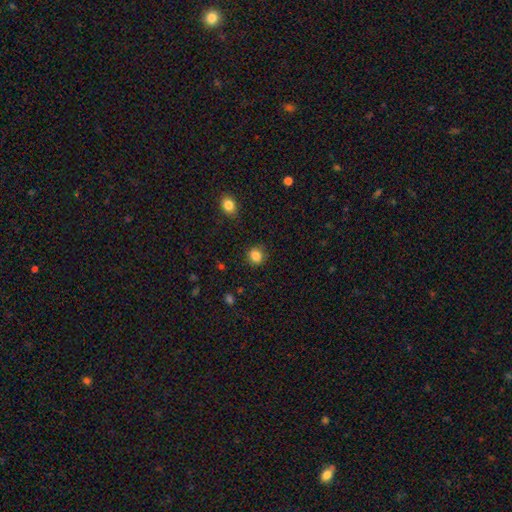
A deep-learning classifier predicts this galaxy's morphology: smooth-or-featured: smooth: 86% | star or artifact: 10% | featured or disk: 4%
  how-rounded: round: 80% | in between: 19% | cigar-shaped: 1%
  merging: none: 87% | minor disturbance: 9% | major disturbance: 3% | merger: 1%